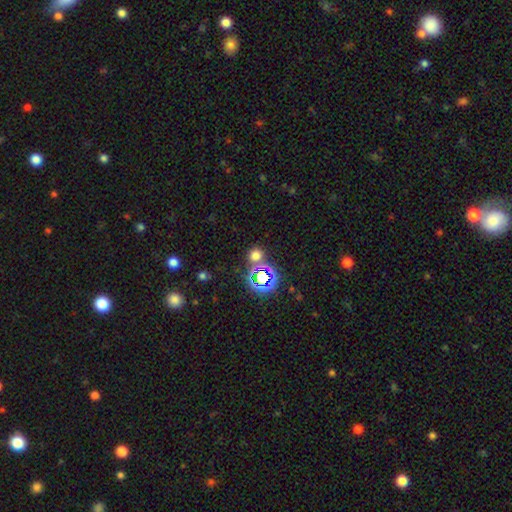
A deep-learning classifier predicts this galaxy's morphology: smooth 57%, star or artifact 36%, featured or disk 6%. Down the decision tree: how rounded — round (83%); merging — none (74%).